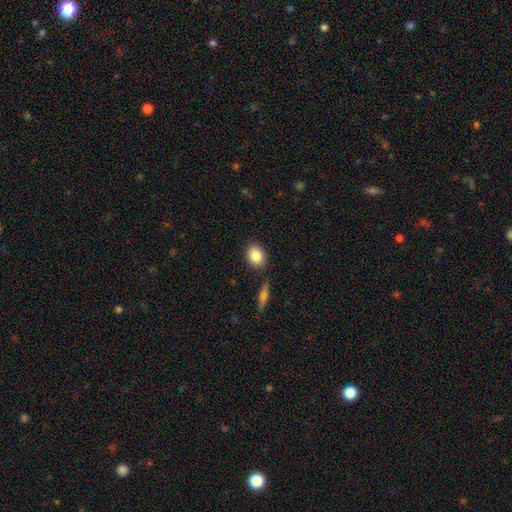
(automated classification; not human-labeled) Q: Smooth or featured?
A: smooth (87%); runner-up: star or artifact (7%)
Q: How rounded?
A: in between (72%); runner-up: round (26%)
Q: Merging?
A: none (83%); runner-up: minor disturbance (10%)